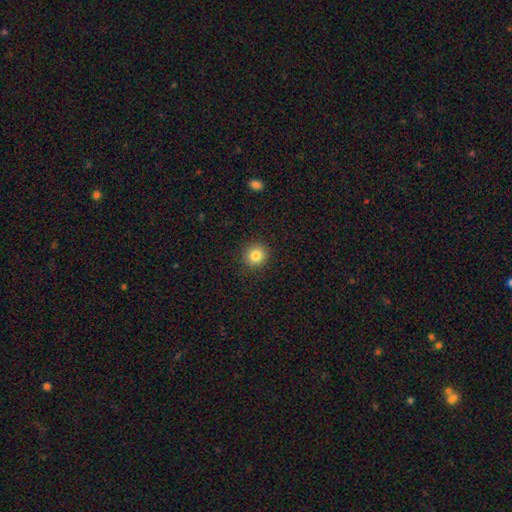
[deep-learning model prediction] A smooth galaxy with no disk features (82%) that is round (92%). Merging: none (91%).